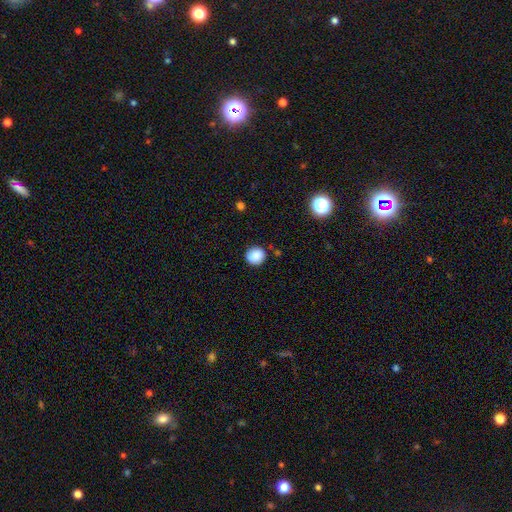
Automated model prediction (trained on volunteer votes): This is clearly a smooth galaxy (87%). How rounded: clearly round (89%). Merging: clearly none (87%).